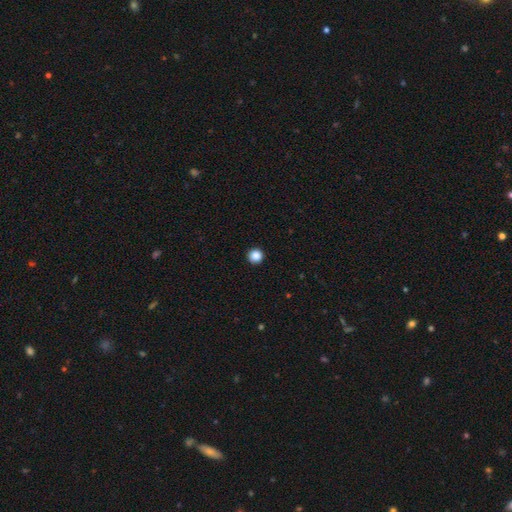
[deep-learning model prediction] smooth 86%, star or artifact 11%, featured or disk 3%. Down the decision tree: how rounded — round (96%); merging — none (94%).